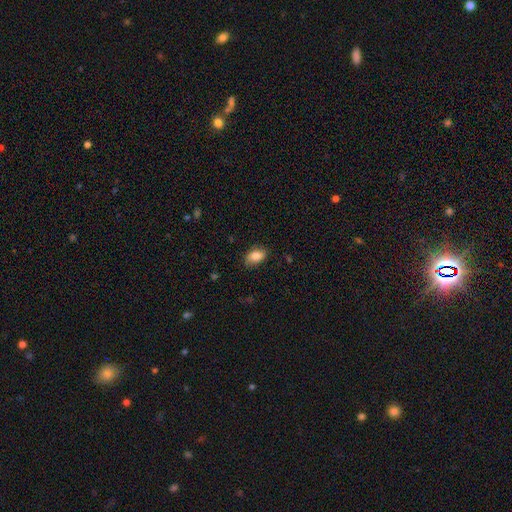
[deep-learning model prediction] A smooth galaxy with no disk features (83%) that is in between round and cigar-shaped (89%).

Vote fractions:
- Smooth or featured? smooth: 83% / featured or disk: 10% / star or artifact: 7%
- How rounded? in between: 89% / round: 10% / cigar-shaped: 2%
- Merging? none: 82% / minor disturbance: 14% / major disturbance: 3% / merger: 1%